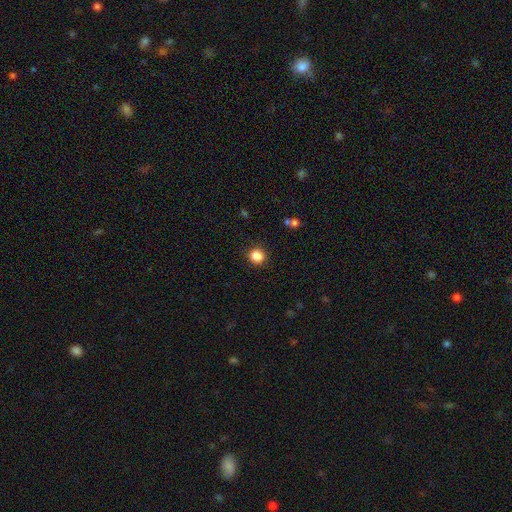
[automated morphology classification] The model was most divided on "how rounded": round: 87%, in between: 12%, cigar-shaped: 1%. More confident: merging — none (89%); smooth or featured — smooth (86%).